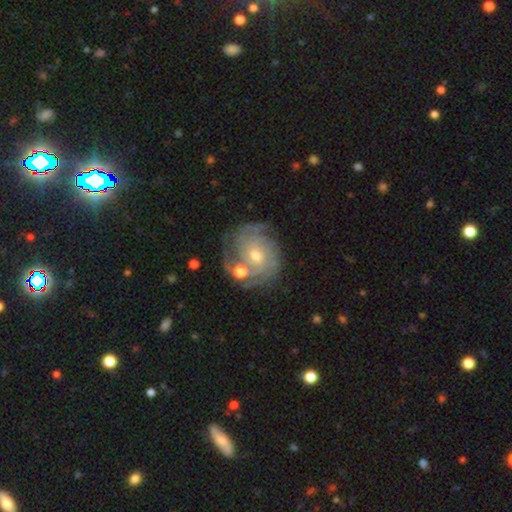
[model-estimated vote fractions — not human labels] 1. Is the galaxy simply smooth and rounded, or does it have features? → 84% featured or disk, 9% smooth, 7% star or artifact.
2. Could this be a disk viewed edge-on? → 97% no, 3% yes.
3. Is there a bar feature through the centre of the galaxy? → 60% no, 33% weak, 7% strong.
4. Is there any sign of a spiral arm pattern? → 96% yes, 4% no.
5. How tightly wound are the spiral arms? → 70% tight, 25% medium, 5% loose.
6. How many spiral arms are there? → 28% can't tell, 24% 3, 22% 4, 13% 2, 8% more than 4, 6% 1.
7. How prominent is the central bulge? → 48% moderate (tied), 48% small (tied), 2% large, 1% none, 1% dominant.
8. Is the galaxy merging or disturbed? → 68% none, 16% minor disturbance, 9% merger, 7% major disturbance.